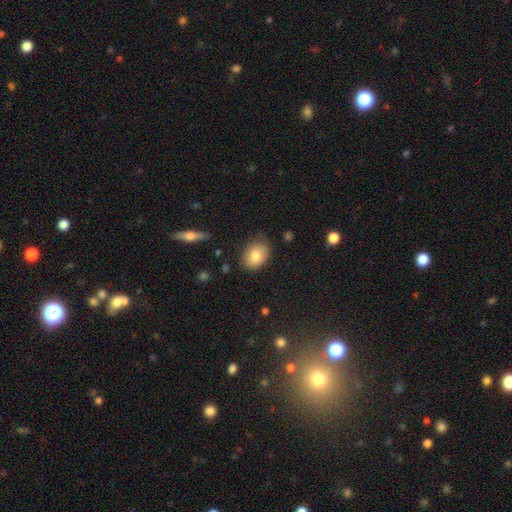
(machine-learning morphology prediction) smooth 82%, featured or disk 11%, star or artifact 8%. Down the decision tree: how rounded — in between (76%); merging — none (80%).